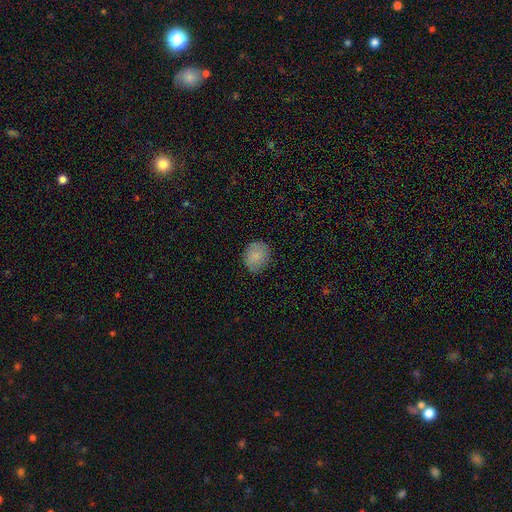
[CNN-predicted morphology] Overall: smooth (84%). How rounded: round (63%; in between 36%). Merging: none (84%).